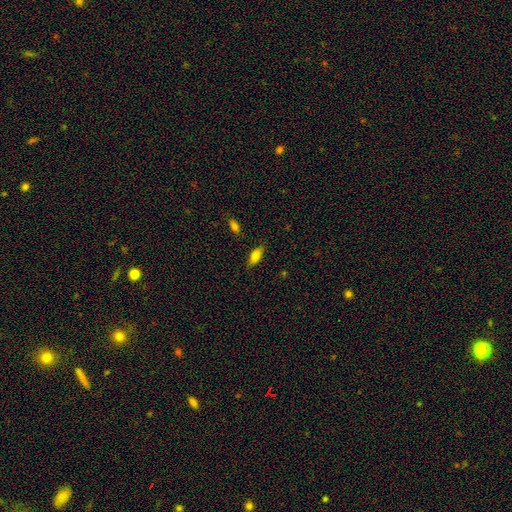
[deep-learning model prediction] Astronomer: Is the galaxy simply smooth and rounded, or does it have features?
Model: smooth — 76%.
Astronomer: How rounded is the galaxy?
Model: in between — 81%.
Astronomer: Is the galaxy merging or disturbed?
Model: none — 84%.